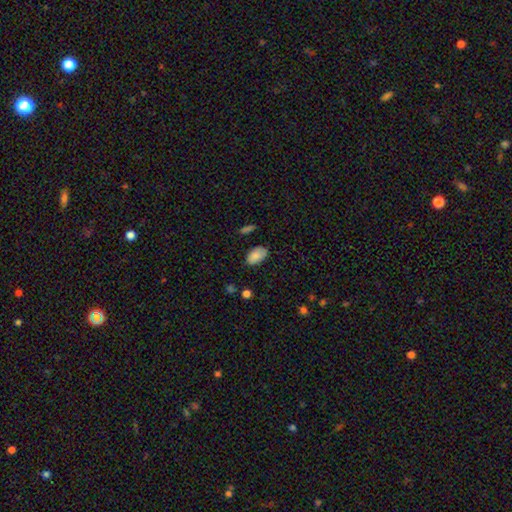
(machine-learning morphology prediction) This appears to be a smooth galaxy with no disk features (85%) that is in between round and cigar-shaped (94%). Merging: none (78%).